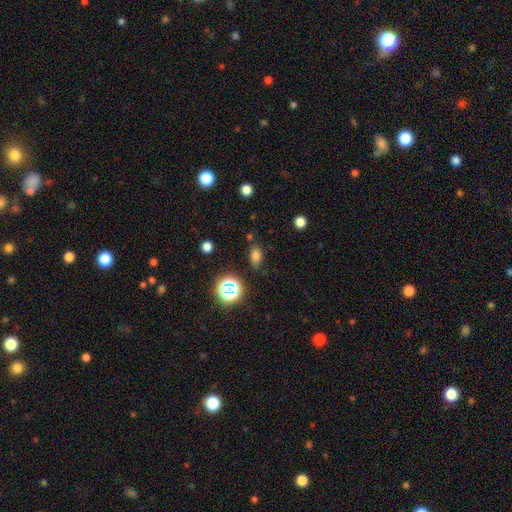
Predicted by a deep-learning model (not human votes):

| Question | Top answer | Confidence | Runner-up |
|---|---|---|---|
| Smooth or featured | smooth | 73% | star or artifact (21%) |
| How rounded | in between | 80% | round (18%) |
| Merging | none | 79% | minor disturbance (13%) |